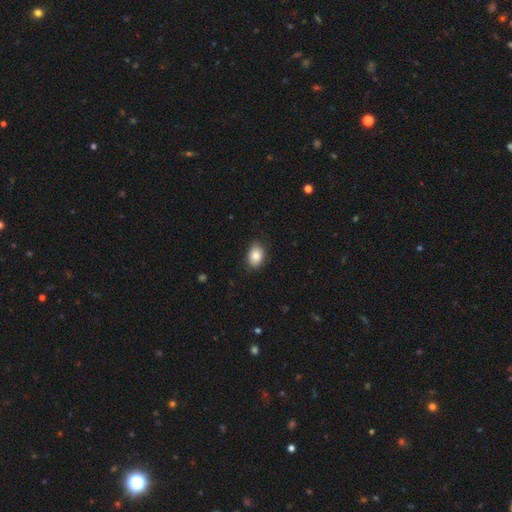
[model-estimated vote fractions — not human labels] This is clearly a smooth galaxy (86%). How rounded: likely in between (80%). Merging: clearly none (86%).